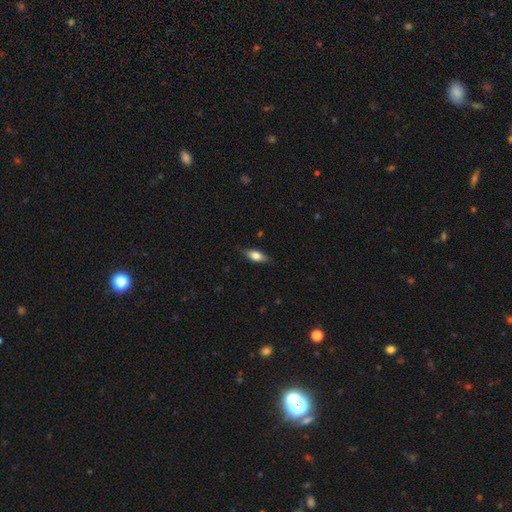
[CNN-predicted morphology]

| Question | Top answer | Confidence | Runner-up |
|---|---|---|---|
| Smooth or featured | smooth | 75% | featured or disk (19%) |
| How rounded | in between | 76% | cigar-shaped (20%) |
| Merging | none | 82% | minor disturbance (15%) |